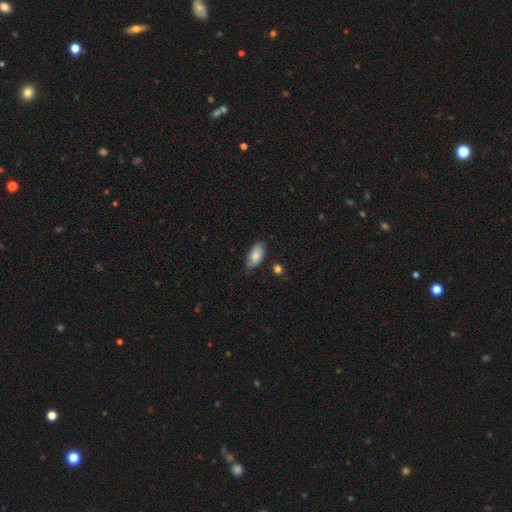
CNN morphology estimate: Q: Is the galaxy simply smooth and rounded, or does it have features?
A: smooth — 78%.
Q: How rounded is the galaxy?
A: in between — 92%.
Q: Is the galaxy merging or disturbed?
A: none — 70%.